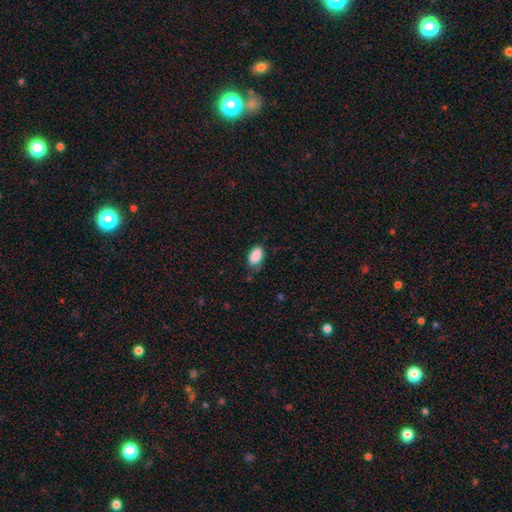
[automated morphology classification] This appears to be a smooth galaxy with no disk features (88%) that is in between round and cigar-shaped (93%). Merging: none (71%).